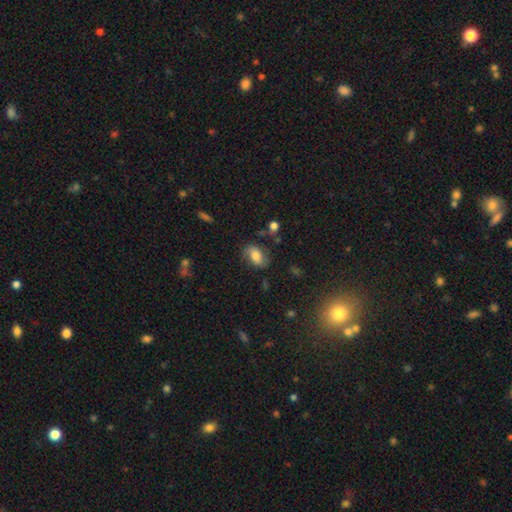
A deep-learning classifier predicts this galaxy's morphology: smooth-or-featured: smooth: 65% | featured or disk: 26% | star or artifact: 9%
  how-rounded: in between: 83% | round: 15% | cigar-shaped: 2%
  merging: none: 68% | minor disturbance: 21% | major disturbance: 8% | merger: 3%